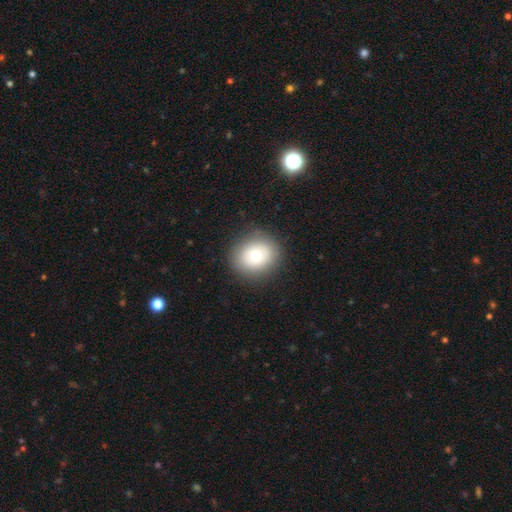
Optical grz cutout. It shows a smooth galaxy with no disk features (74%) that is round (83%). Merging: none (81%).